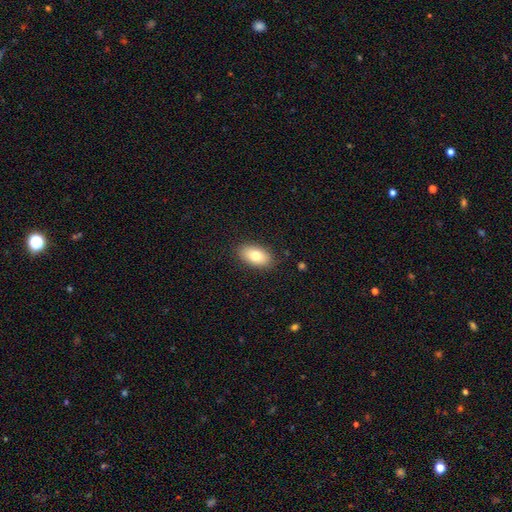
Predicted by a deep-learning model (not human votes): This is likely a smooth galaxy (78%). How rounded: clearly in between (92%). Merging: clearly none (87%).